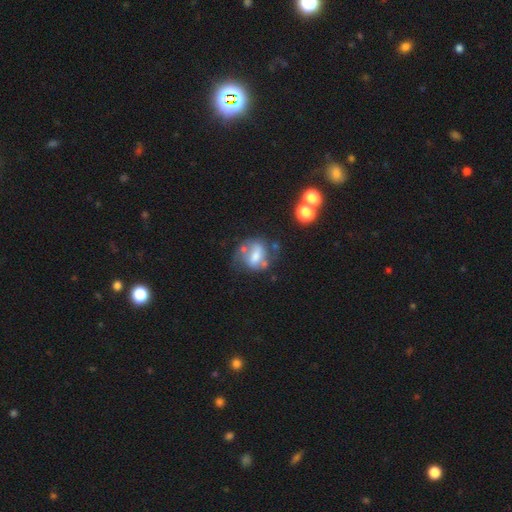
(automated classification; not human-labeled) featured or disk 50%, smooth 40%, star or artifact 10%. Down the decision tree: edge-on disk — no (95%); merging — none (45%).